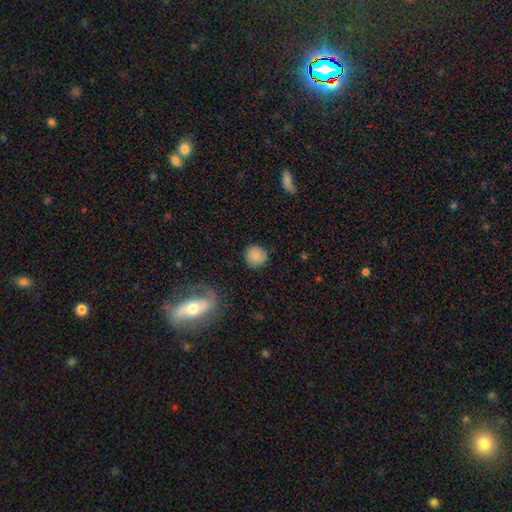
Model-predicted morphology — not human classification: smooth 84%, star or artifact 8%, featured or disk 8%. Down the decision tree: how rounded — round (88%); merging — none (85%).